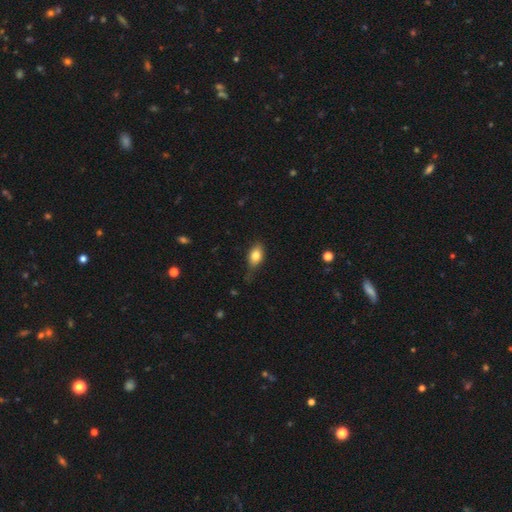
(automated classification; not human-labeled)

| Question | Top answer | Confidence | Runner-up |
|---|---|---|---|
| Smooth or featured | smooth | 79% | featured or disk (13%) |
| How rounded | in between | 82% | round (12%) |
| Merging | none | 58% | minor disturbance (32%) |